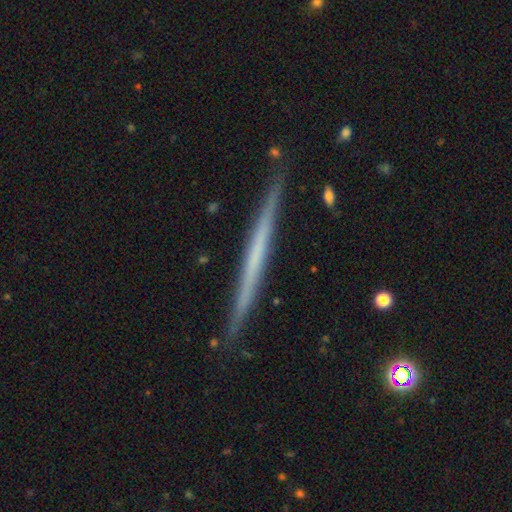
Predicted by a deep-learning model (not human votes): Smooth or featured: featured or disk — 60% (smooth — 34%)
Edge-on disk: yes — 98% (no — 2%)
Edge-on bulge: none — 91% (rounded — 5%)
Merging: none — 90% (minor disturbance — 7%)